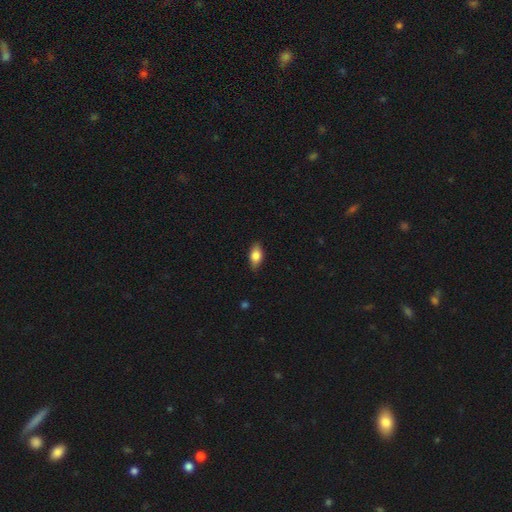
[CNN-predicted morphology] Smooth or featured? smooth (80%)
How rounded? in between (88%)
Merging? none (84%)